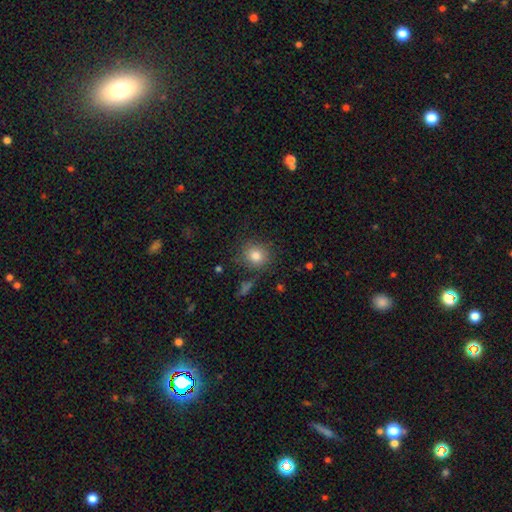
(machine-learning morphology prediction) type=smooth (82%); roundness=round (84%); merging=none (82%).